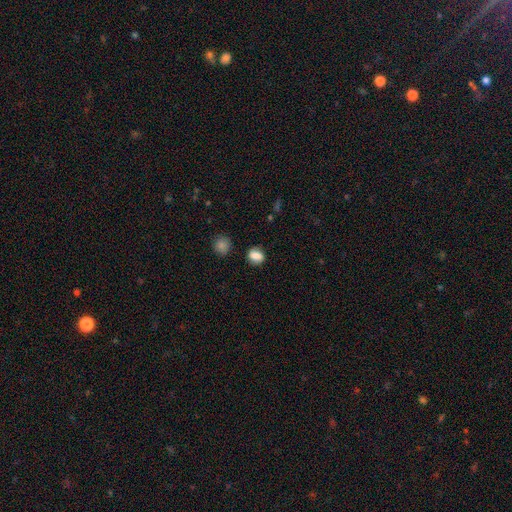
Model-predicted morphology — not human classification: This appears to be a smooth galaxy with no disk features (83%) that is in between round and cigar-shaped (51%). Merging: none (80%).